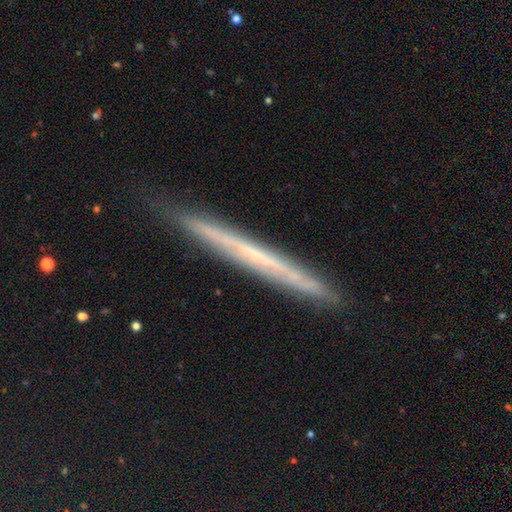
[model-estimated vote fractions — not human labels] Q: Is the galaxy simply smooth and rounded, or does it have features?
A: featured or disk — 58%.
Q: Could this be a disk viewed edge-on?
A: yes — 94%.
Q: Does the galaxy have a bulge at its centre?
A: none — 85%.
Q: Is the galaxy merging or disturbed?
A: none — 86%.